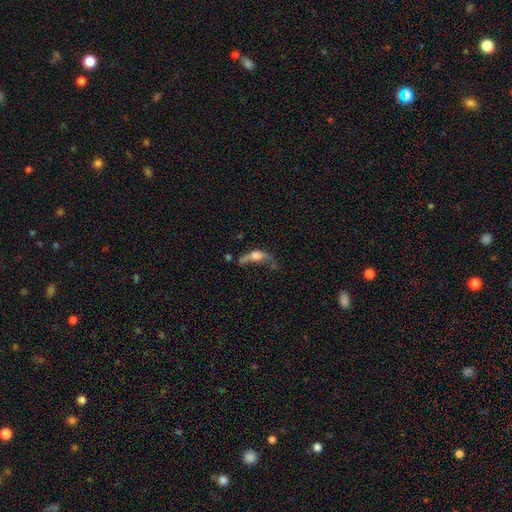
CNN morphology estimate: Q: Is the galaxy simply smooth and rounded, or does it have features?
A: smooth — 50%.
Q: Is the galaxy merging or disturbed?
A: major disturbance — 41%.